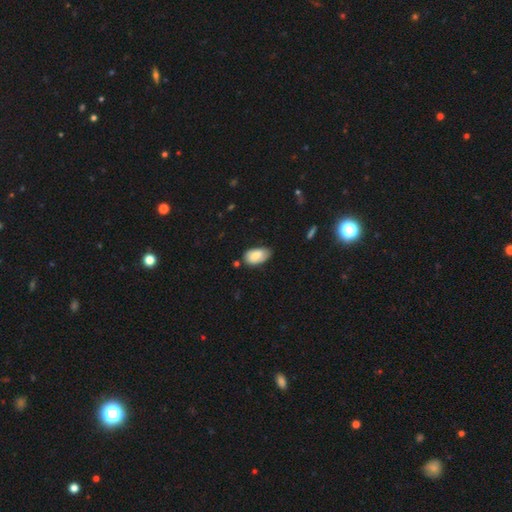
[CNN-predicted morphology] Smooth or featured? Predicted: smooth (p=0.75). How rounded? Predicted: in between (p=0.94). Merging? Predicted: none (p=0.60).